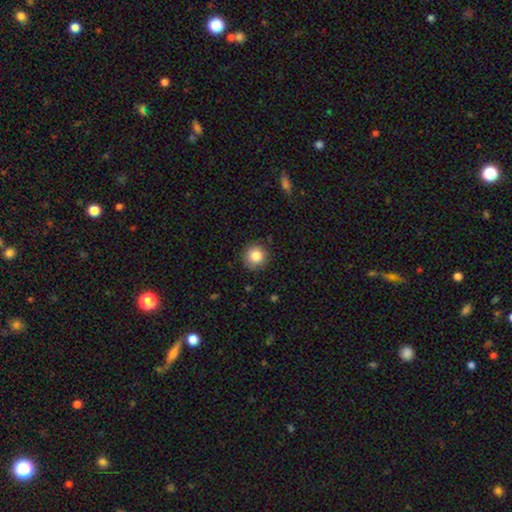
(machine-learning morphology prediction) Overall: smooth (85%). How rounded: round (92%). Merging: none (86%).